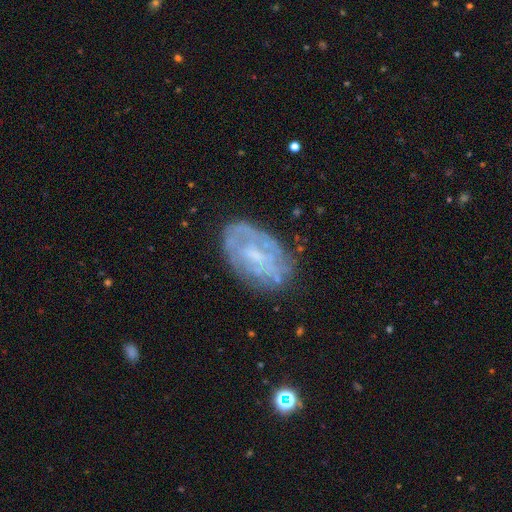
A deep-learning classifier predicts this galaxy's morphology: Smooth or featured? featured or disk (64%)
Edge-on disk? no (95%)
Bar? no (55%)
Spiral arms? yes (52%)
Bulge size? small (44%)
Merging? none (67%)